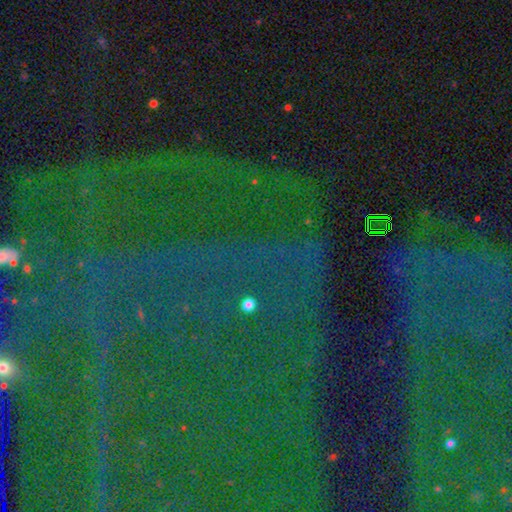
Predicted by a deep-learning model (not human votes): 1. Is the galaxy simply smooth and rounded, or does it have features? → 85% star or artifact, 8% featured or disk, 7% smooth.